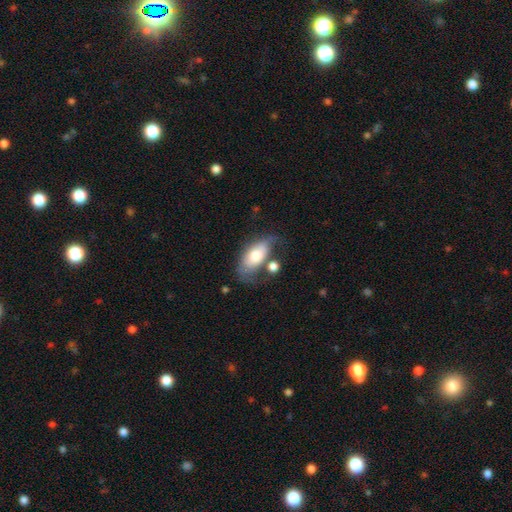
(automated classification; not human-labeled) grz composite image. It shows a smooth galaxy with no disk features (65%) that is in between round and cigar-shaped (90%). Merging: none (34%).